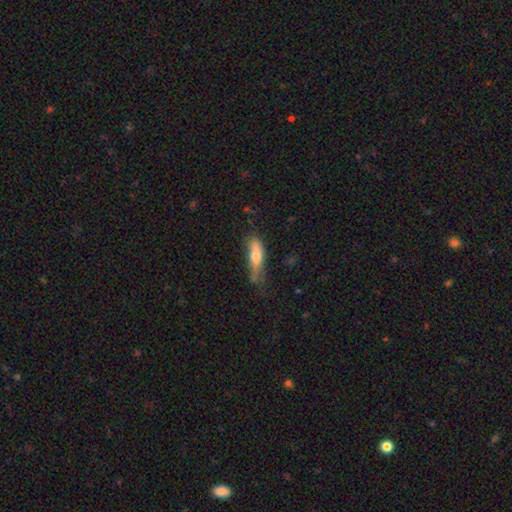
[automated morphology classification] Overall: smooth (61%; featured or disk 32%). How rounded: cigar-shaped (60%; in between 38%). Merging: none (42%; minor disturbance 35%).